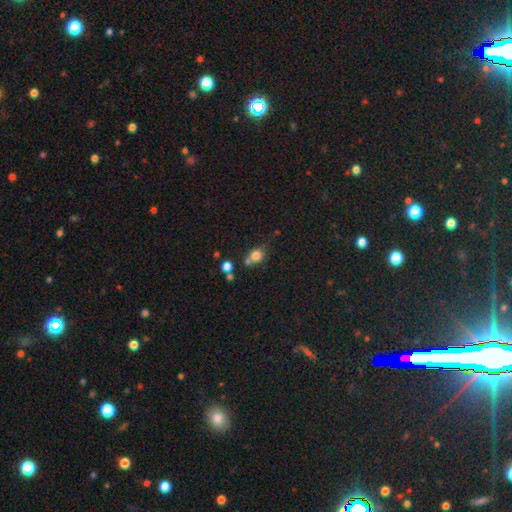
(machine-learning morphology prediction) Smooth or featured? smooth (78%)
How rounded? round (71%)
Merging? none (48%)